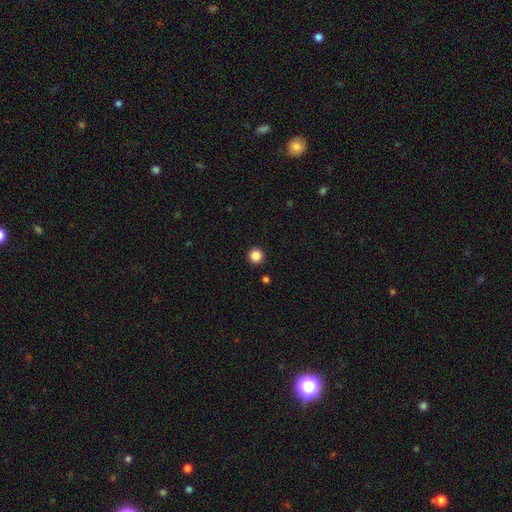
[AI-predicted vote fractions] smooth-or-featured: smooth: 86% | star or artifact: 11% | featured or disk: 3%
  how-rounded: round: 96% | in between: 3% | cigar-shaped: 1%
  merging: none: 93% | minor disturbance: 4% | major disturbance: 2% | merger: 1%